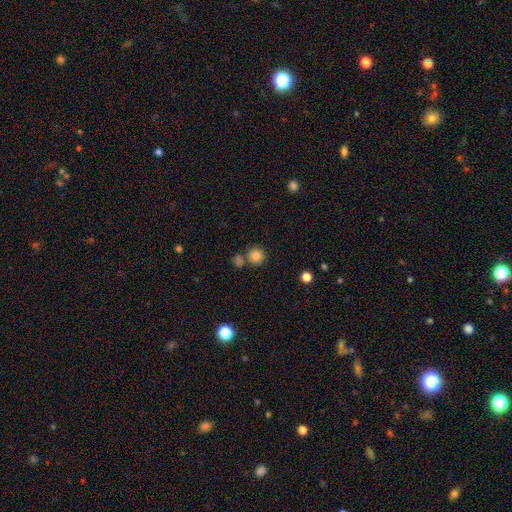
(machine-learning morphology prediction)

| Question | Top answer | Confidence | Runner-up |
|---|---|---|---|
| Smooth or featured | smooth | 83% | star or artifact (11%) |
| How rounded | round | 91% | in between (8%) |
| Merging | none | 68% | merger (18%) |